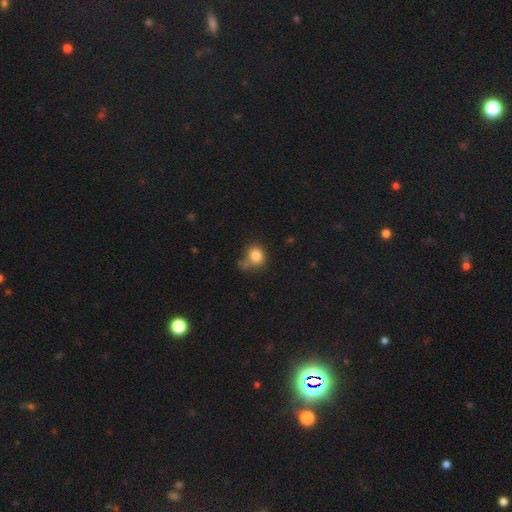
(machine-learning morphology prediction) Smooth or featured? smooth (83%)
How rounded? round (64%)
Merging? none (58%)